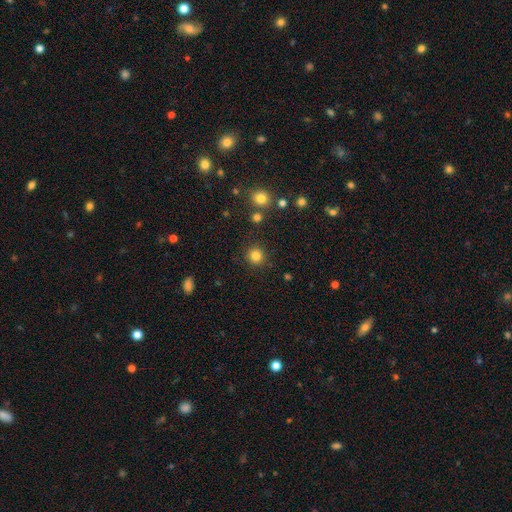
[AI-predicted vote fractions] Smooth or featured? smooth (82%)
How rounded? round (94%)
Merging? none (90%)